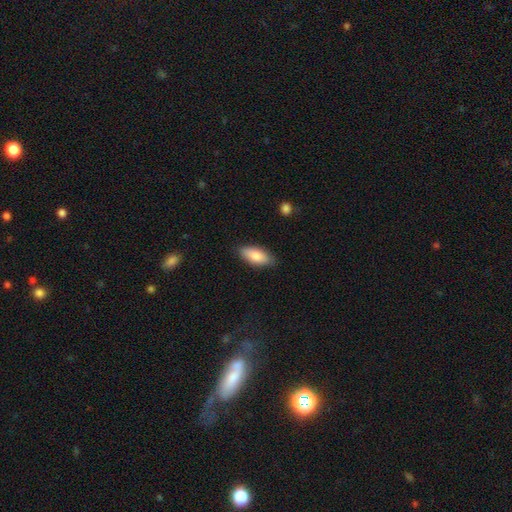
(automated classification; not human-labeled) Smooth or featured: smooth — 81% (featured or disk — 12%)
How rounded: in between — 85% (cigar-shaped — 13%)
Merging: none — 83% (minor disturbance — 13%)